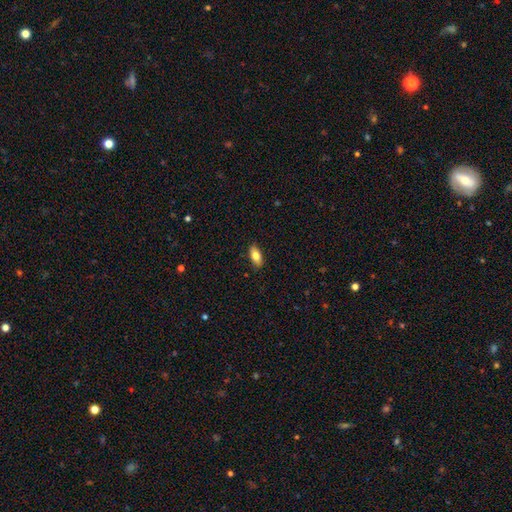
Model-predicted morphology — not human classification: Smooth or featured?
  - smooth: 79% *
  - featured or disk: 14%
  - star or artifact: 7%
How rounded?
  - in between: 89% *
  - cigar-shaped: 8%
  - round: 3%
Merging?
  - none: 87% *
  - minor disturbance: 10%
  - major disturbance: 2%
  - merger: 1%